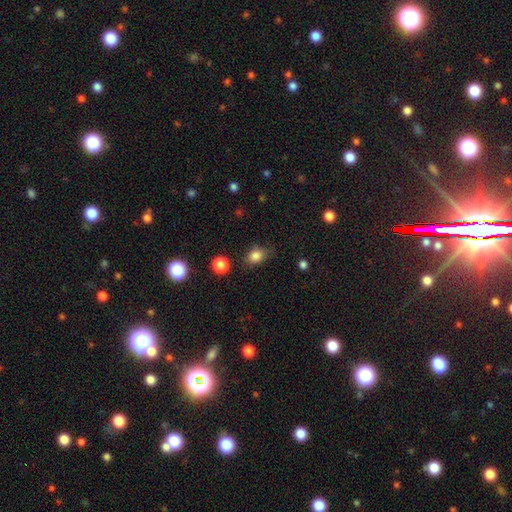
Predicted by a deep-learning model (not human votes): Morphology: type=smooth (83%); roundness=in between (53%); merging=none (70%).